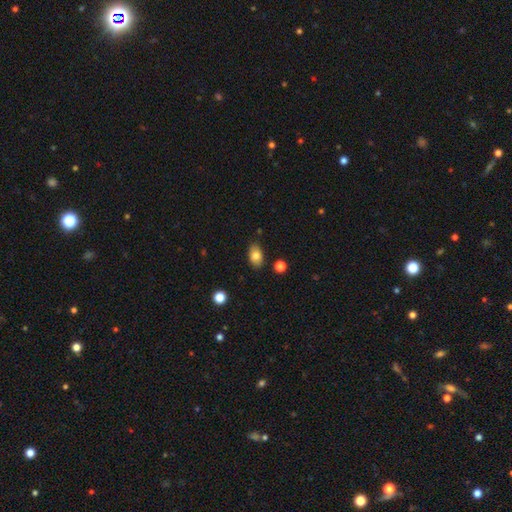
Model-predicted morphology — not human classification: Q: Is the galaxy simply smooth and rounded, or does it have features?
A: smooth — 81%.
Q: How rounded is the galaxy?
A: in between — 88%.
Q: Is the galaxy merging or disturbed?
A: none — 83%.